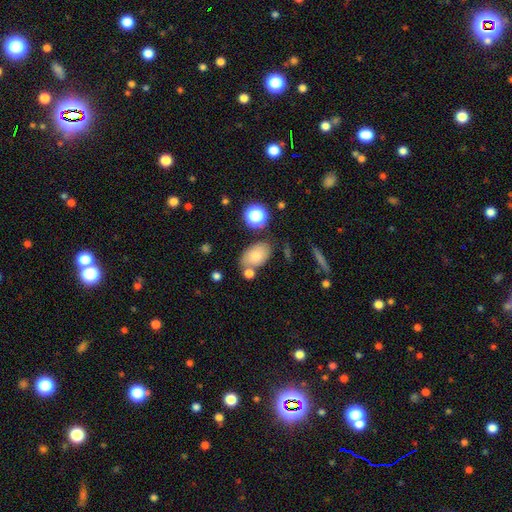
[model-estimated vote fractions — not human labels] Smooth or featured?
  - smooth: 76% *
  - featured or disk: 14%
  - star or artifact: 10%
How rounded?
  - in between: 87% *
  - round: 12%
  - cigar-shaped: 2%
Merging?
  - none: 64% *
  - minor disturbance: 17%
  - merger: 13%
  - major disturbance: 5%